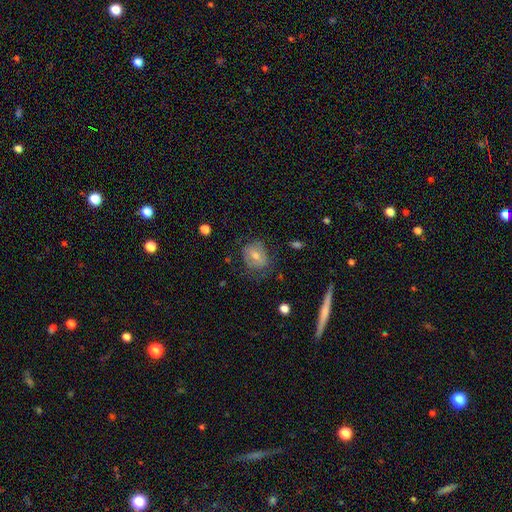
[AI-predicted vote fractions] Smooth or featured? featured or disk (44%, tied with smooth)
Merging? none (67%)